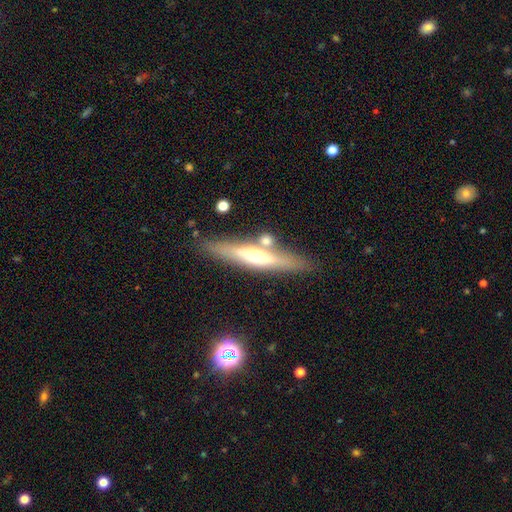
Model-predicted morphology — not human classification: Q: Smooth or featured?
A: featured or disk (60%); runner-up: smooth (32%)
Q: Edge-on disk?
A: yes (89%); runner-up: no (11%)
Q: Edge-on bulge?
A: rounded (86%); runner-up: none (9%)
Q: Merging?
A: none (77%); runner-up: minor disturbance (11%)